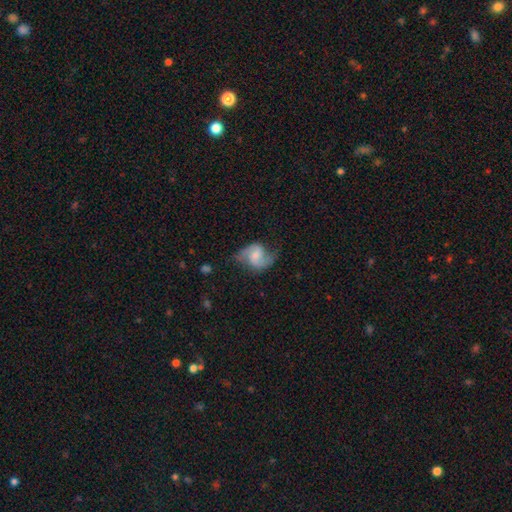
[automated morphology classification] type=featured or disk (78%); edge-on=no (98%); bar=weak (48%); spiral arms=yes (95%); winding=loose (44%, tied with medium); arm count=2 (90%); bulge=moderate (37%); merging=none (64%).